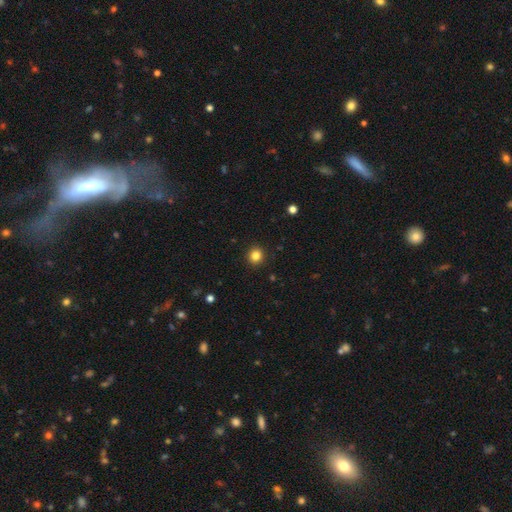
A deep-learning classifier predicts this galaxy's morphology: A smooth galaxy with no disk features (83%) that is round (93%). Merging: none (93%).